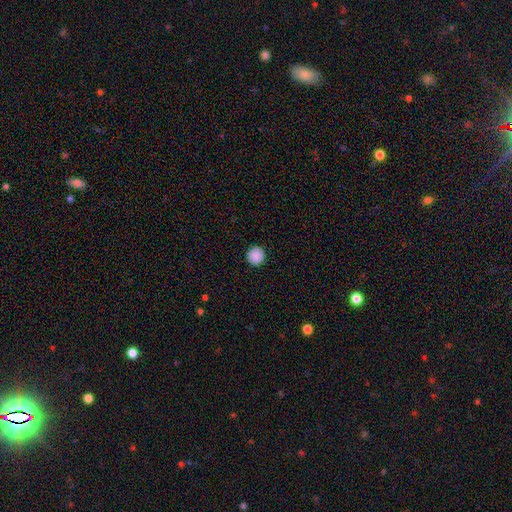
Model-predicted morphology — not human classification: This appears to be a smooth galaxy with no disk features (89%) that is round (96%). Merging: none (93%).